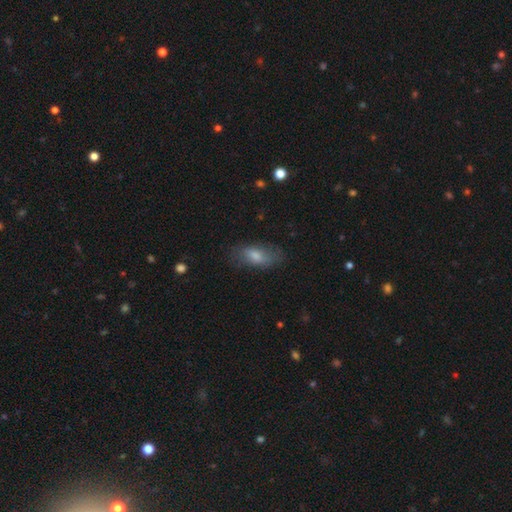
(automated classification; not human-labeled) smooth-or-featured: smooth: 74% | featured or disk: 19% | star or artifact: 7%
  how-rounded: in between: 84% | cigar-shaped: 13% | round: 3%
  merging: none: 72% | minor disturbance: 19% | major disturbance: 7% | merger: 1%